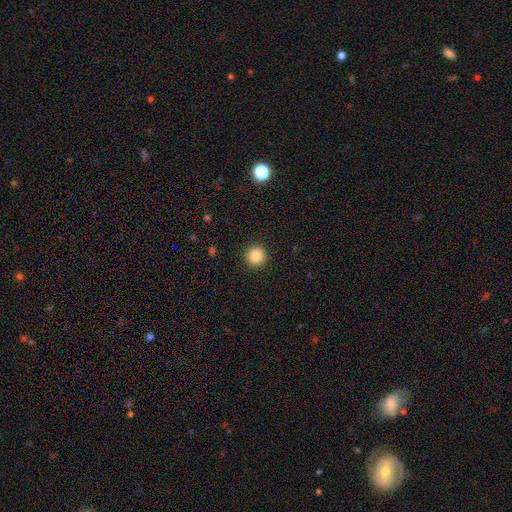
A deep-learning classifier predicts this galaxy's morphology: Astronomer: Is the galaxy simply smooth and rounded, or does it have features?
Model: smooth — 86%.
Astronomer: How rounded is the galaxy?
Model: round — 95%.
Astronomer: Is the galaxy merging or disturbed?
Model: none — 93%.